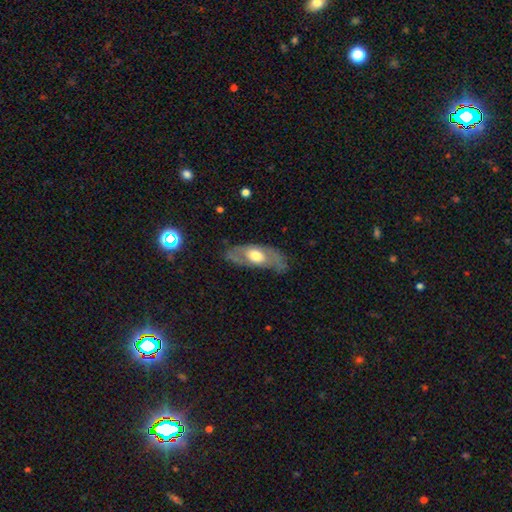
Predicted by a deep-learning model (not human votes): featured or disk 54%, smooth 40%, star or artifact 5%. Down the decision tree: edge-on disk — no (76%); merging — none (68%).